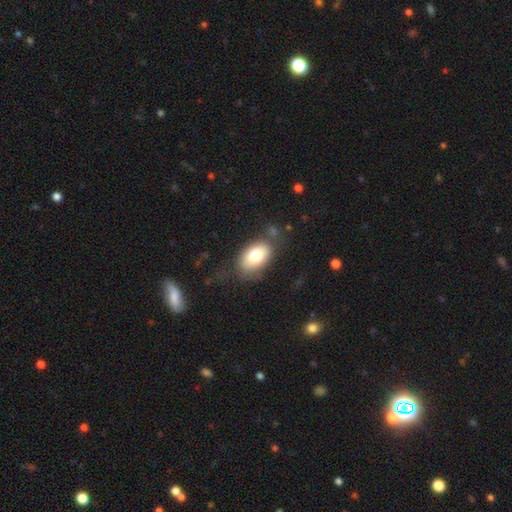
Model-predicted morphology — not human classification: Smooth or featured: smooth — 77% (featured or disk — 16%)
How rounded: in between — 90% (round — 9%)
Merging: none — 69% (minor disturbance — 19%)